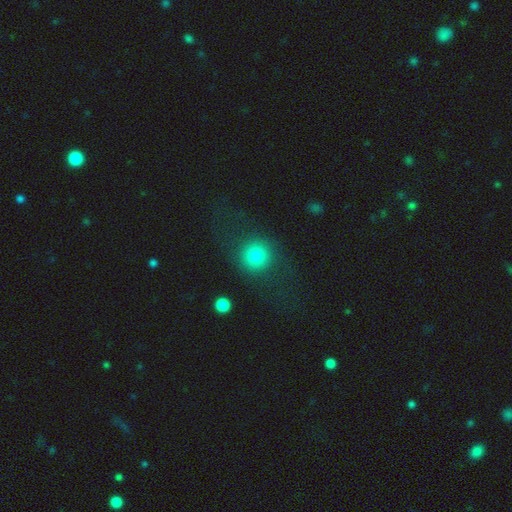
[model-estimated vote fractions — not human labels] This is likely a smooth galaxy (78%). How rounded: clearly round (92%). Merging: likely none (79%).